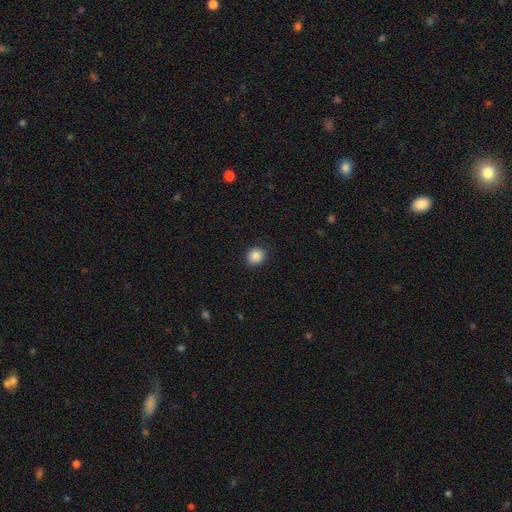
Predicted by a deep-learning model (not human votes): Smooth or featured? Predicted: smooth (p=0.85). How rounded? Predicted: round (p=0.77). Merging? Predicted: none (p=0.89).